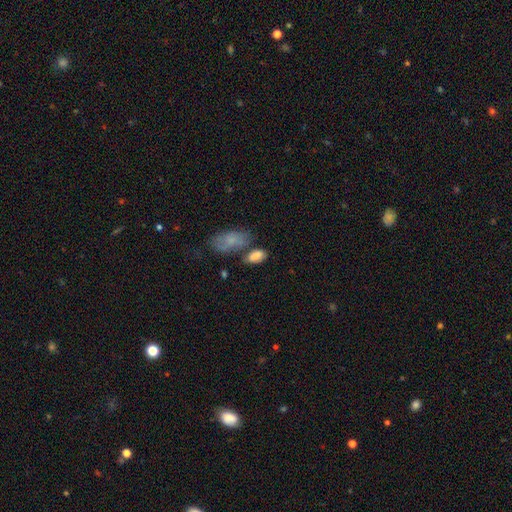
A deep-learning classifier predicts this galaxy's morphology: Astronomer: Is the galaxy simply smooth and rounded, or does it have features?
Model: smooth — 83%.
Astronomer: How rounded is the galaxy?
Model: in between — 92%.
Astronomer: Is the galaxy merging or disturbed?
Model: none — 53%.